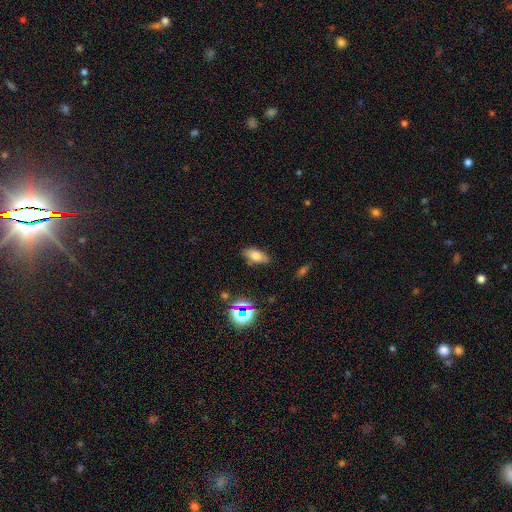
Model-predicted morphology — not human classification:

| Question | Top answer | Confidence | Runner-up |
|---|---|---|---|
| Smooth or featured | smooth | 72% | star or artifact (14%) |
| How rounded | in between | 84% | cigar-shaped (11%) |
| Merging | none | 81% | minor disturbance (13%) |